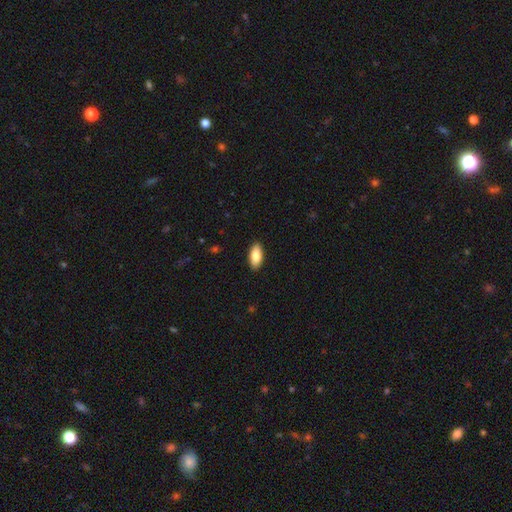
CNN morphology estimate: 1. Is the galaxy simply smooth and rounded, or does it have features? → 85% smooth, 9% featured or disk, 6% star or artifact.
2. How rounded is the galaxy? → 89% in between, 9% cigar-shaped, 2% round.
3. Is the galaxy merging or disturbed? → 90% none, 7% minor disturbance, 2% major disturbance, 1% merger.